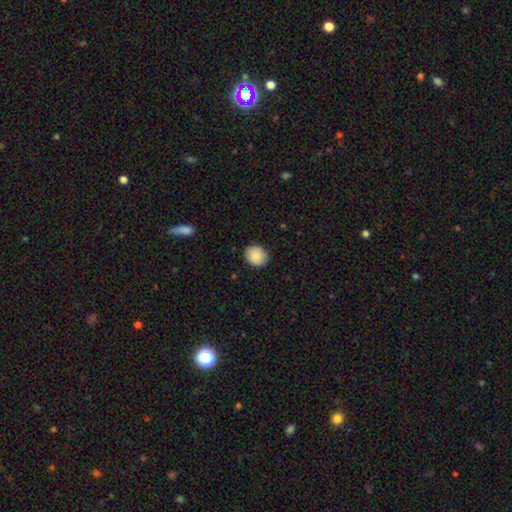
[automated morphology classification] smooth 89%, star or artifact 7%, featured or disk 4%. Down the decision tree: how rounded — round (67%); merging — none (88%).